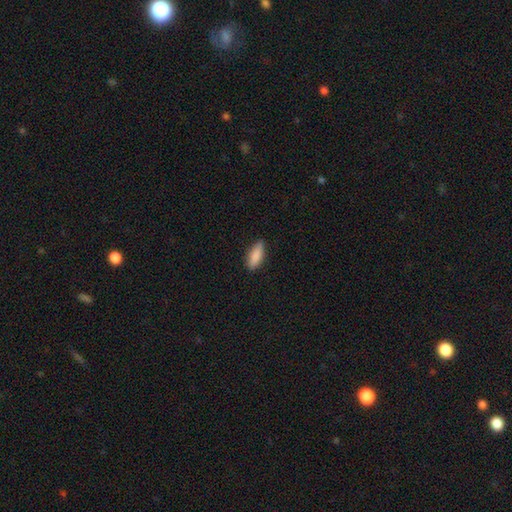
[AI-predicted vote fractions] Morphology: type=smooth (85%); roundness=in between (67%); merging=none (81%).